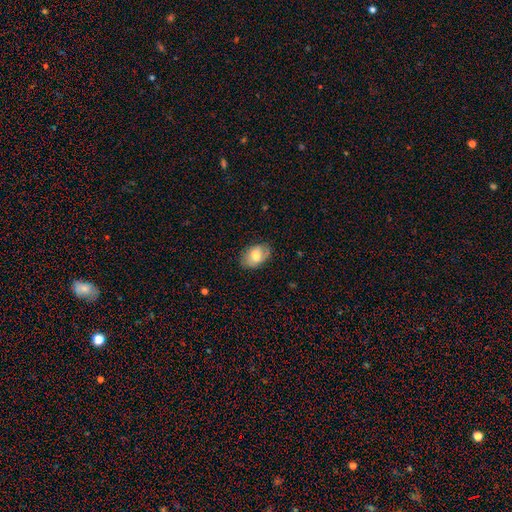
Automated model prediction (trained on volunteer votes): The model was most divided on "smooth or featured": smooth: 64%, featured or disk: 29%, star or artifact: 7%. More confident: how rounded — in between (86%); merging — none (75%).